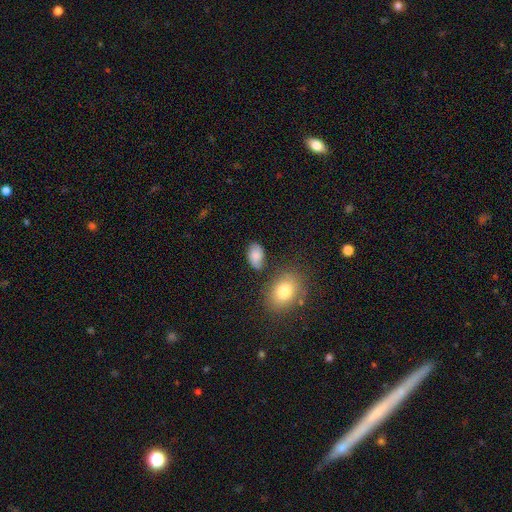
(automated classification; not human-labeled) A smooth galaxy with no disk features (79%) that is in between round and cigar-shaped (89%).

Vote fractions:
- Smooth or featured? smooth: 79% / featured or disk: 12% / star or artifact: 9%
- How rounded? in between: 89% / round: 10% / cigar-shaped: 2%
- Merging? none: 69% / minor disturbance: 20% / merger: 6% / major disturbance: 5%